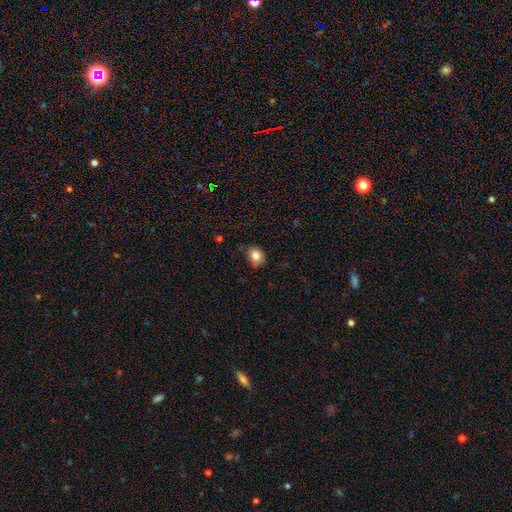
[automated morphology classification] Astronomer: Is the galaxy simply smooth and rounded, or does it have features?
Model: smooth — 83%.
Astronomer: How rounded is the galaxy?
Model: round — 57% (runner-up: in between, 42%).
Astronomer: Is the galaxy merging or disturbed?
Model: none — 70%.